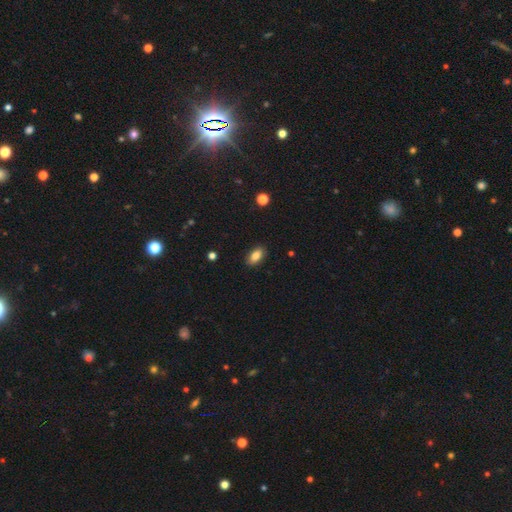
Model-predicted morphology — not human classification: This is clearly a smooth galaxy (85%). How rounded: clearly in between (91%). Merging: clearly none (87%).